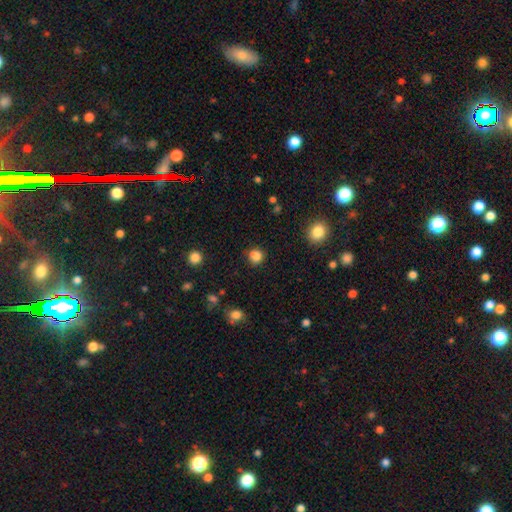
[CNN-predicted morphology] smooth_or_featured: smooth (p=0.84) [alt: star or artifact p=0.13]
how_rounded: round (p=0.82) [alt: in between p=0.17]
merging: none (p=0.80) [alt: minor disturbance p=0.12]